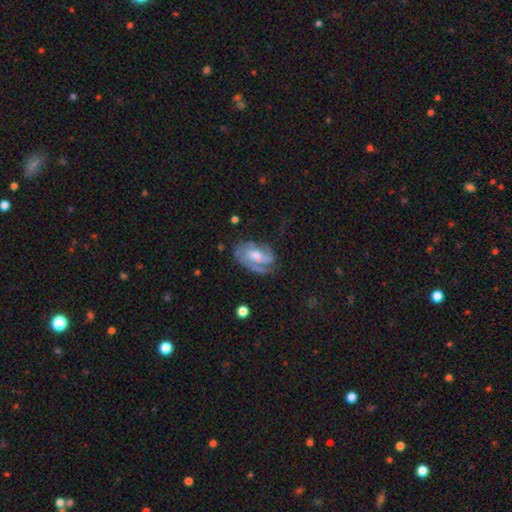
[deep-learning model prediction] Q: Smooth or featured?
A: featured or disk (76%); runner-up: smooth (17%)
Q: Edge-on disk?
A: no (96%); runner-up: yes (4%)
Q: Bar?
A: no (44%); runner-up: weak (43%)
Q: Spiral arms?
A: yes (90%); runner-up: no (10%)
Q: Spiral winding?
A: tight (47%); runner-up: medium (38%)
Q: Spiral arm count?
A: 2 (43%); runner-up: 1 (23%)
Q: Bulge size?
A: moderate (57%); runner-up: small (27%)
Q: Merging?
A: none (57%); runner-up: minor disturbance (23%)